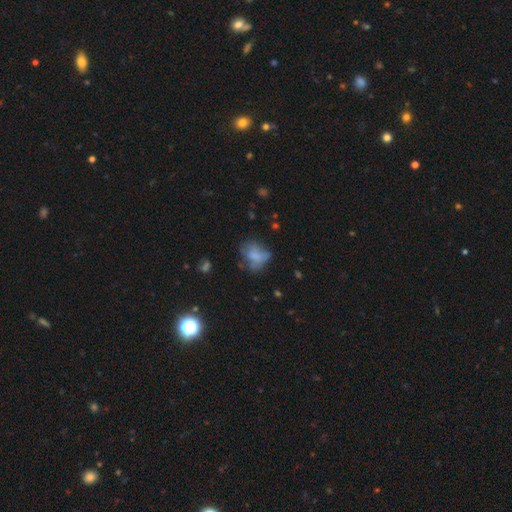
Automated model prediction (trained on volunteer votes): A smooth galaxy with no disk features (61%) that is in between round and cigar-shaped (61%).

Vote fractions:
- Smooth or featured? smooth: 61% / featured or disk: 27% / star or artifact: 12%
- How rounded? in between: 61% / round: 38% / cigar-shaped: 2%
- Merging? none: 41% / minor disturbance: 28% / major disturbance: 25% / merger: 7%